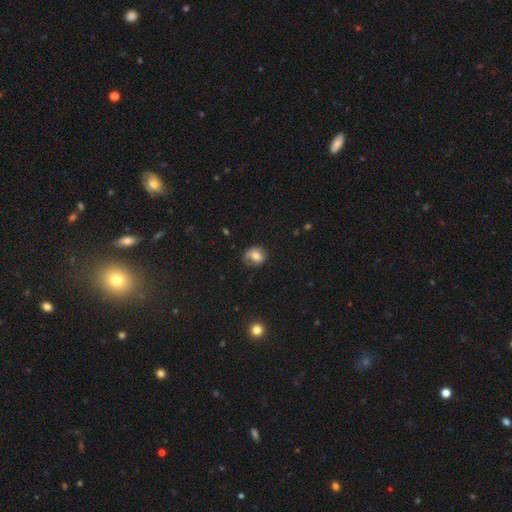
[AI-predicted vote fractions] Overall: smooth (55%; featured or disk 36%). How rounded: round (64%; in between 35%). Merging: none (56%; minor disturbance 28%).